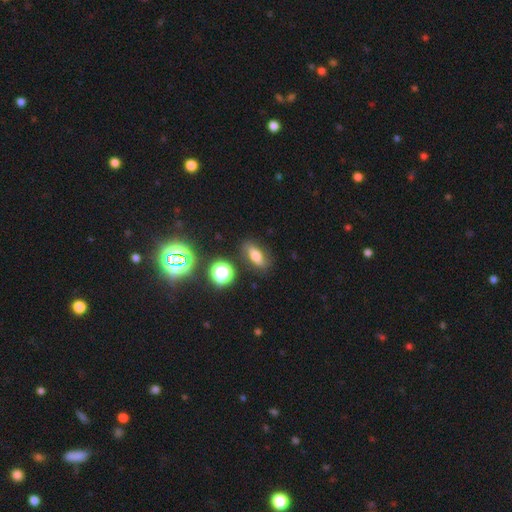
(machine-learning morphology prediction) The model was most divided on "smooth or featured": smooth: 62%, featured or disk: 20%, star or artifact: 18%. More confident: merging — none (80%); how rounded — in between (73%).